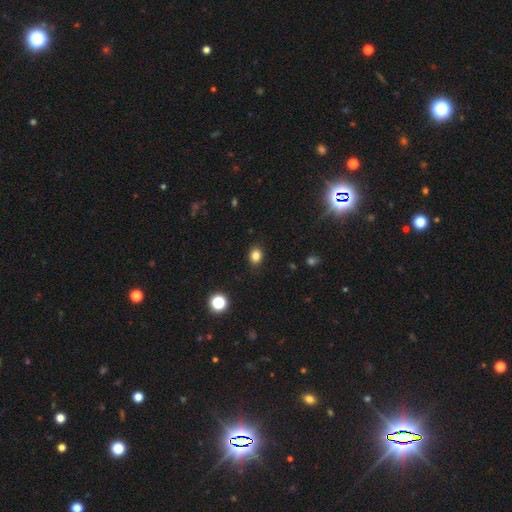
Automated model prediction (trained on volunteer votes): smooth-or-featured: smooth: 83% | star or artifact: 12% | featured or disk: 5%
  how-rounded: round: 52% | in between: 47% | cigar-shaped: 1%
  merging: none: 88% | minor disturbance: 8% | major disturbance: 2% | merger: 1%